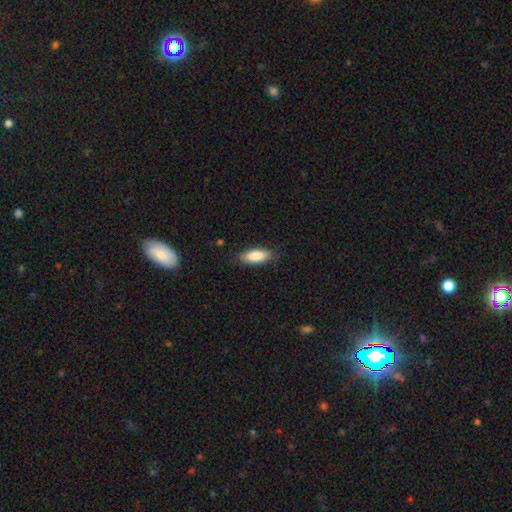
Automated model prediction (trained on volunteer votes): Smooth or featured? smooth (86%)
How rounded? in between (78%)
Merging? none (85%)